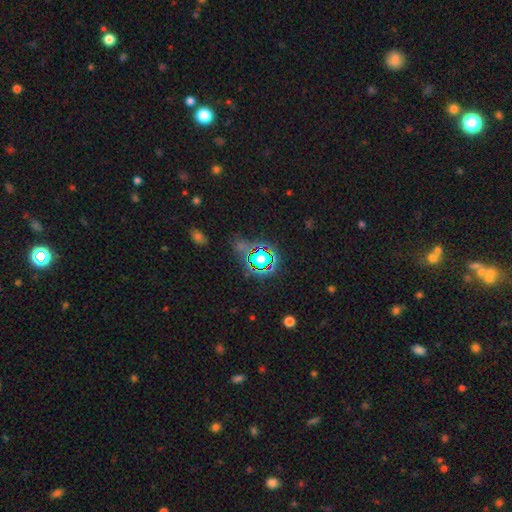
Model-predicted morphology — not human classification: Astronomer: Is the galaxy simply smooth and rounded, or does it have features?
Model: star or artifact — 71%.